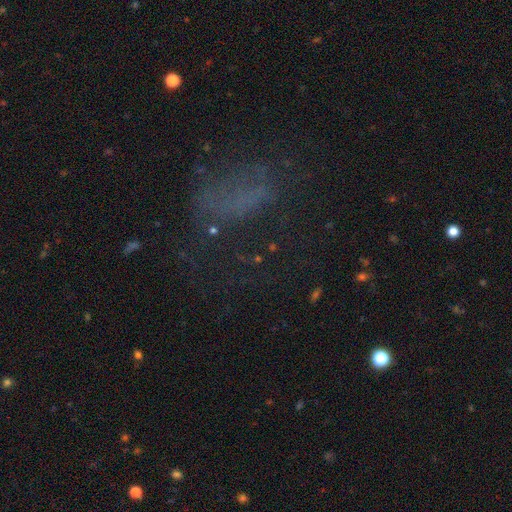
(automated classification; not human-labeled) Q: Smooth or featured?
A: smooth (39%); runner-up: star or artifact (33%)
Q: Merging?
A: none (49%); runner-up: major disturbance (30%)